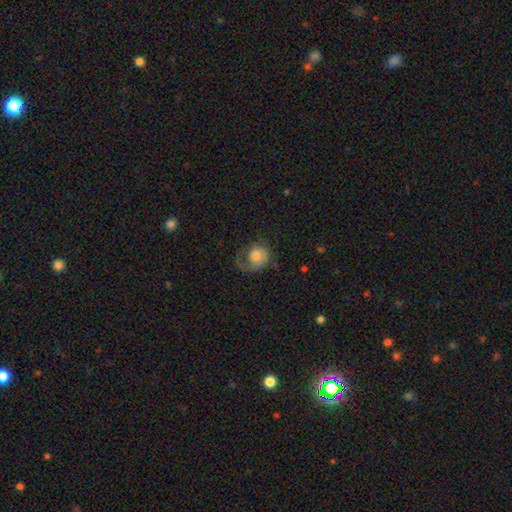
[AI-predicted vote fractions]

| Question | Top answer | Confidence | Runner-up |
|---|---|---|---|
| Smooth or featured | smooth | 58% | featured or disk (35%) |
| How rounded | round | 70% | in between (29%) |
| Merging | none | 39% | major disturbance (38%) |